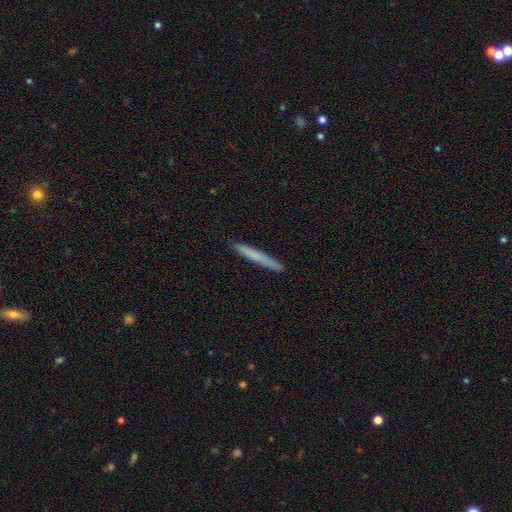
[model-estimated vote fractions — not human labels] Morphology: type=smooth (70%); roundness=cigar-shaped (97%); merging=none (92%).